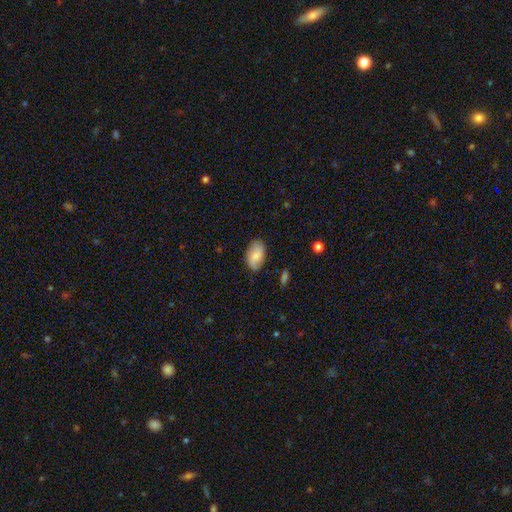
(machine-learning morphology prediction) Smooth or featured? smooth (79%)
How rounded? in between (93%)
Merging? none (81%)